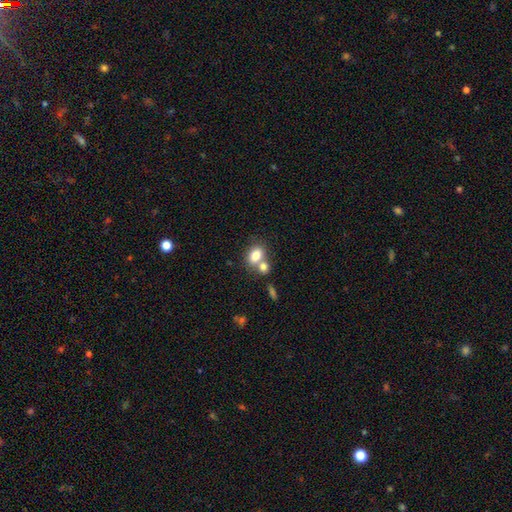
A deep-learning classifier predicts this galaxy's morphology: Smooth or featured?
  - smooth: 79% *
  - featured or disk: 12%
  - star or artifact: 9%
How rounded?
  - in between: 73% *
  - round: 26%
  - cigar-shaped: 2%
Merging?
  - merger: 46% *
  - none: 41%
  - minor disturbance: 9%
  - major disturbance: 4%